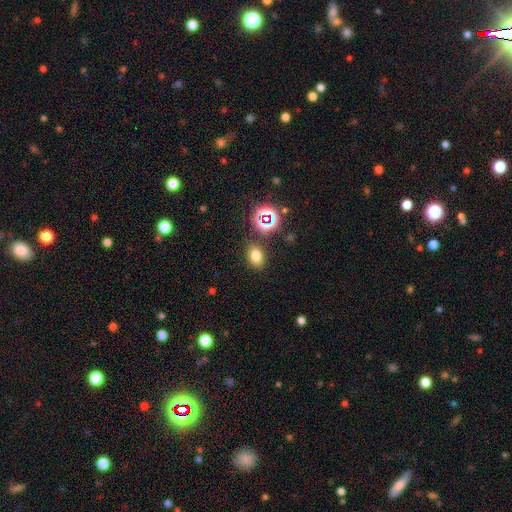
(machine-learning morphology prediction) Smooth or featured?
  - smooth: 71% *
  - star or artifact: 20%
  - featured or disk: 9%
How rounded?
  - in between: 73% *
  - round: 26%
  - cigar-shaped: 1%
Merging?
  - none: 82% *
  - minor disturbance: 10%
  - merger: 4%
  - major disturbance: 3%